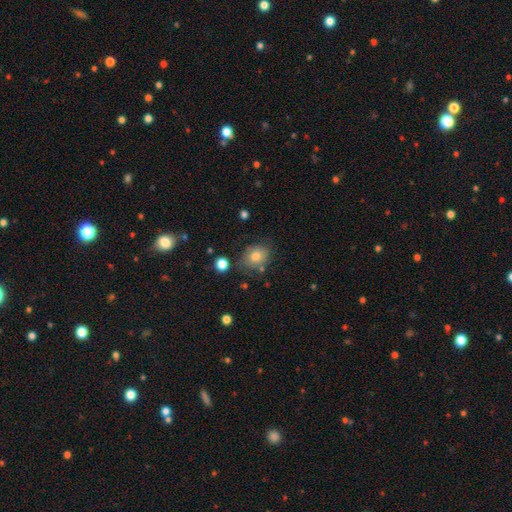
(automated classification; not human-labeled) Smooth or featured? Predicted: smooth (p=0.77). How rounded? Predicted: round (p=0.51). Merging? Predicted: none (p=0.72).